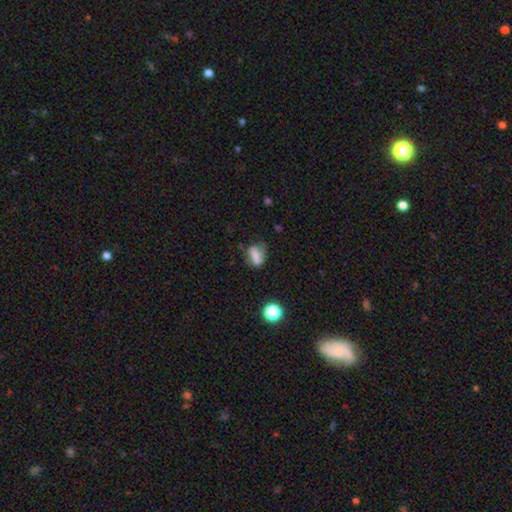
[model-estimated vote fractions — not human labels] Smooth or featured?
  - smooth: 56% *
  - featured or disk: 31%
  - star or artifact: 12%
How rounded?
  - in between: 65% *
  - round: 22%
  - cigar-shaped: 12%
Merging?
  - none: 55% *
  - minor disturbance: 27%
  - major disturbance: 14%
  - merger: 4%